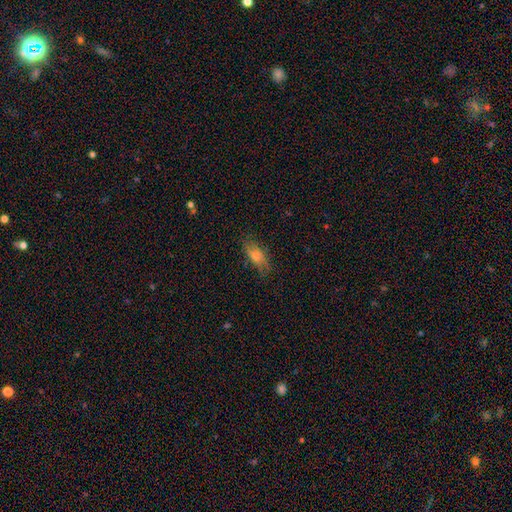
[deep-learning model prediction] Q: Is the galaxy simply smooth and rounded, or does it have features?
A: smooth — 55%.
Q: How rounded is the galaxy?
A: in between — 70%.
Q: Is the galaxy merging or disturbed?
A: none — 71%.